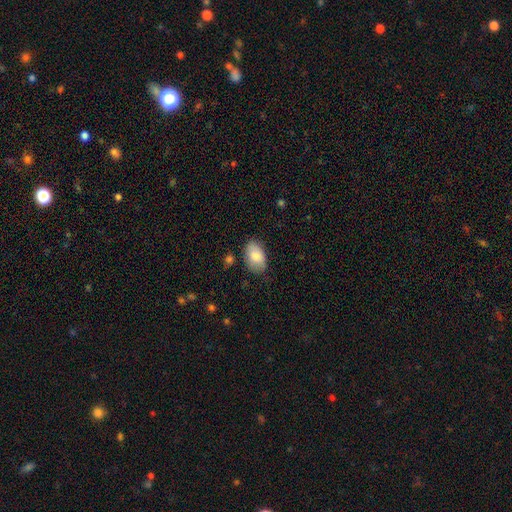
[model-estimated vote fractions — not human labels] smooth_or_featured: smooth (p=0.82) [alt: featured or disk p=0.12]
how_rounded: in between (p=0.93) [alt: round p=0.06]
merging: none (p=0.79) [alt: minor disturbance p=0.16]